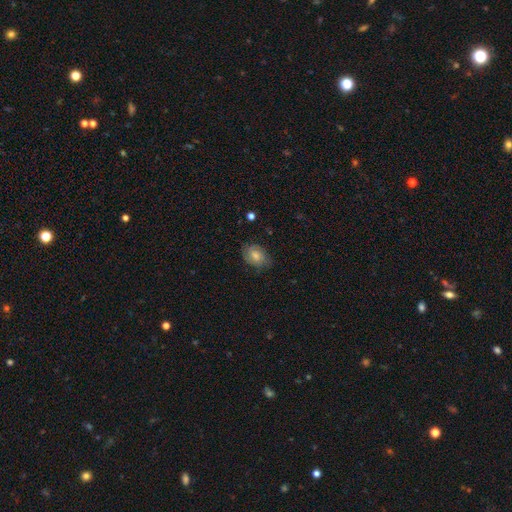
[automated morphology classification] A smooth galaxy with no disk features (63%) that is in between round and cigar-shaped (77%). Merging: none (71%).